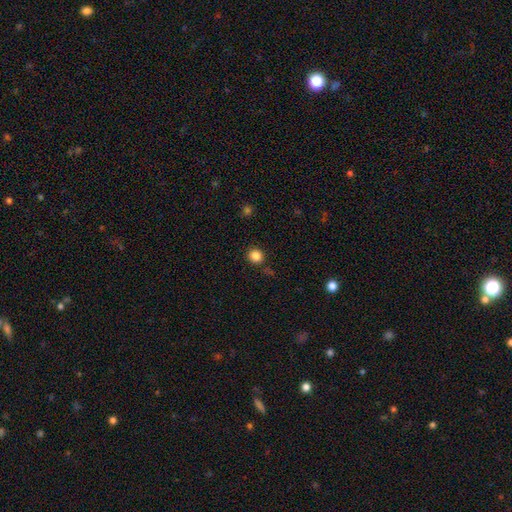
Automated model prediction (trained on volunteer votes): Smooth or featured? smooth (85%)
How rounded? round (91%)
Merging? none (88%)